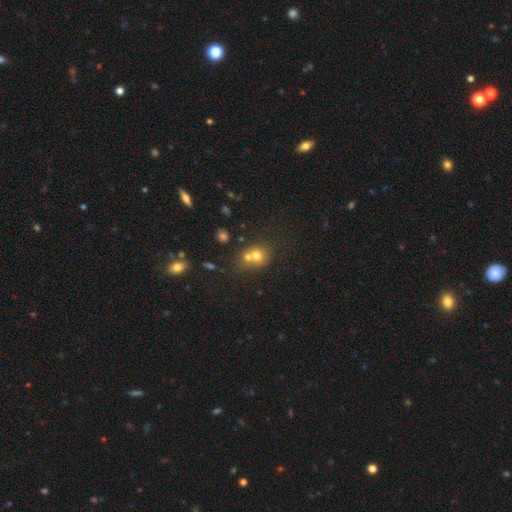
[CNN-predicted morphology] smooth_or_featured: smooth (p=0.66) [alt: star or artifact p=0.18]
how_rounded: round (p=0.74) [alt: in between p=0.25]
merging: merger (p=0.49) [alt: none p=0.39]